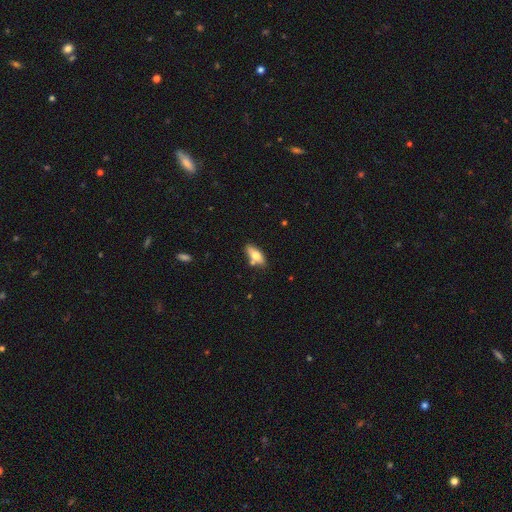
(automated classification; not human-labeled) Smooth or featured? smooth (68%)
How rounded? in between (79%)
Merging? none (71%)